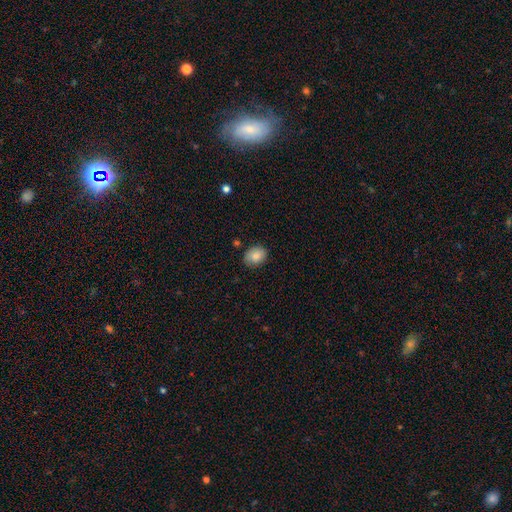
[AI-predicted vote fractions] smooth 85%, star or artifact 8%, featured or disk 8%. Down the decision tree: how rounded — in between (54%); merging — none (82%).